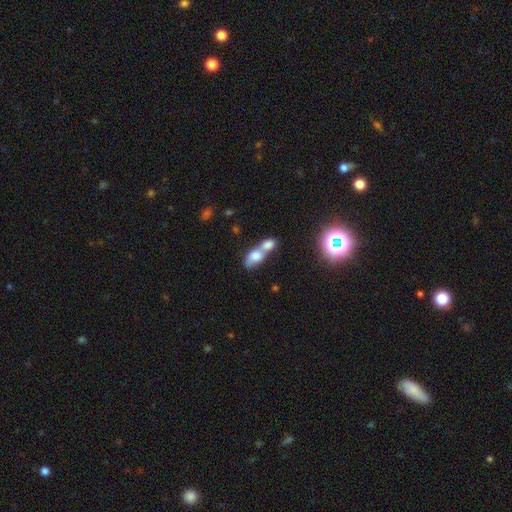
This appears to be a smooth galaxy with no disk features (74%) that is in between round and cigar-shaped (71%). Merging: merger (79%).